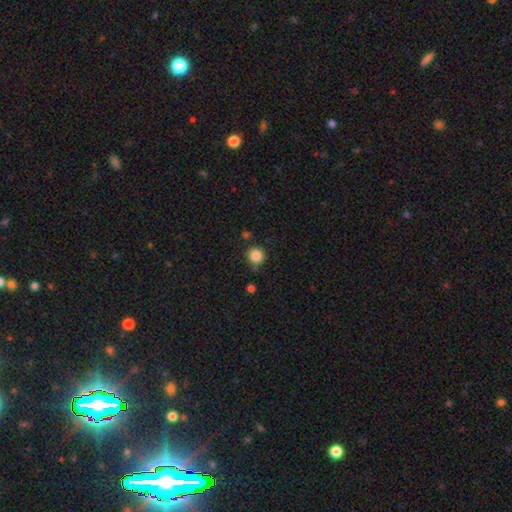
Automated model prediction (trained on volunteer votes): This appears to be a smooth galaxy with no disk features (86%) that is round (94%). Merging: none (79%).